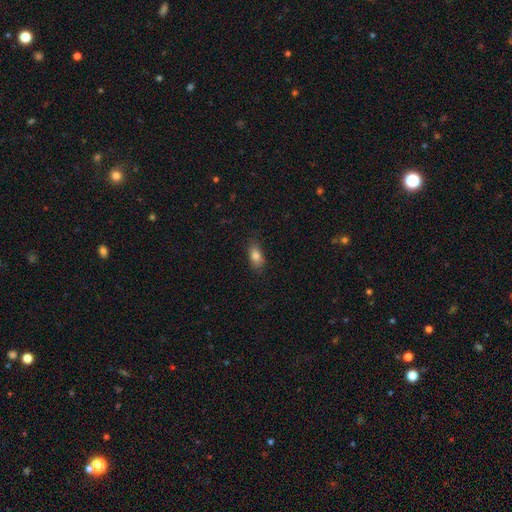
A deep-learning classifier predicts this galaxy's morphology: Q: Smooth or featured?
A: smooth (83%); runner-up: featured or disk (9%)
Q: How rounded?
A: in between (86%); runner-up: cigar-shaped (8%)
Q: Merging?
A: none (82%); runner-up: minor disturbance (14%)